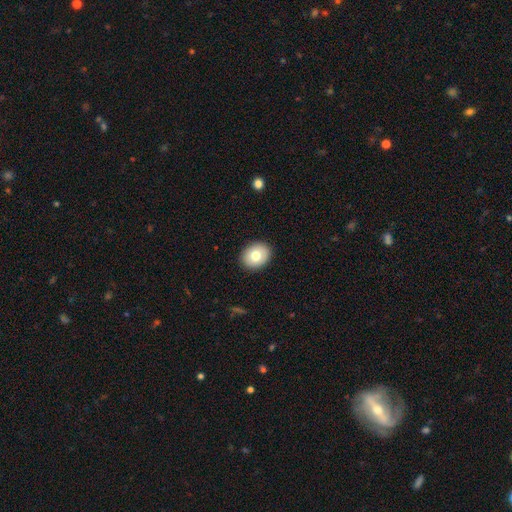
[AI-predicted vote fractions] Smooth or featured? Predicted: smooth (p=0.77). How rounded? Predicted: round (p=0.51). Merging? Predicted: none (p=0.90).